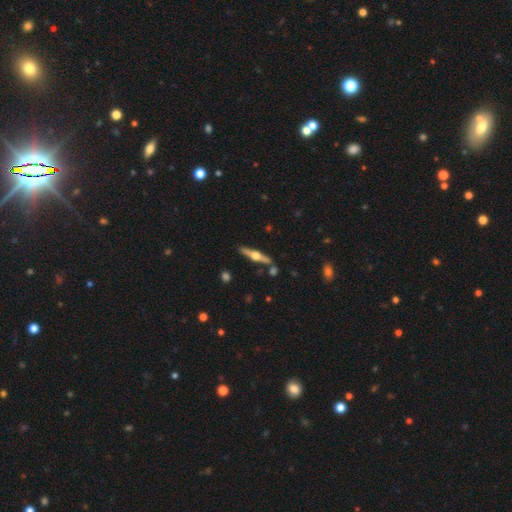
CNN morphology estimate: smooth-or-featured: featured or disk: 70% | smooth: 25% | star or artifact: 5%
  disk-edge-on: yes: 97% | no: 3%
    edge-on-bulge: rounded: 95% | boxy: 3% | none: 2%
  merging: none: 84% | minor disturbance: 8% | merger: 5% | major disturbance: 2%